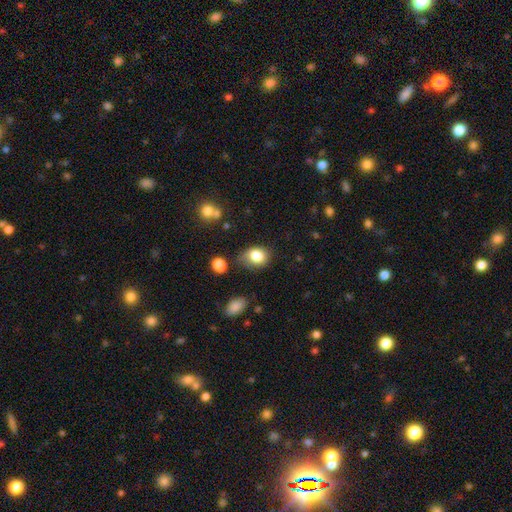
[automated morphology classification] type=smooth (81%); roundness=in between (58%); merging=none (54%).